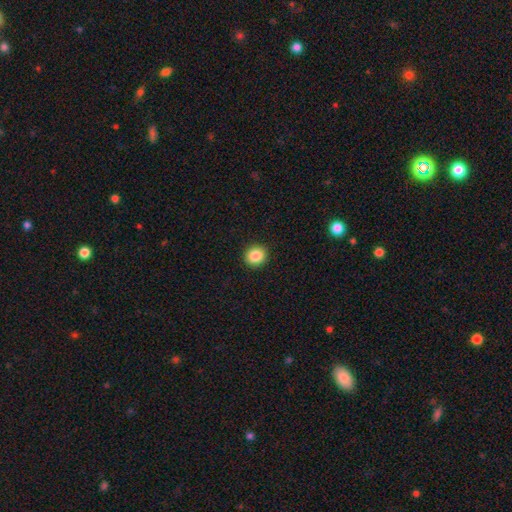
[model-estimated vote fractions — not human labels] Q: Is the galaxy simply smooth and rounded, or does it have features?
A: smooth — 86%.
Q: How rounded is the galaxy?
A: round — 85%.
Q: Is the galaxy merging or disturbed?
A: none — 92%.